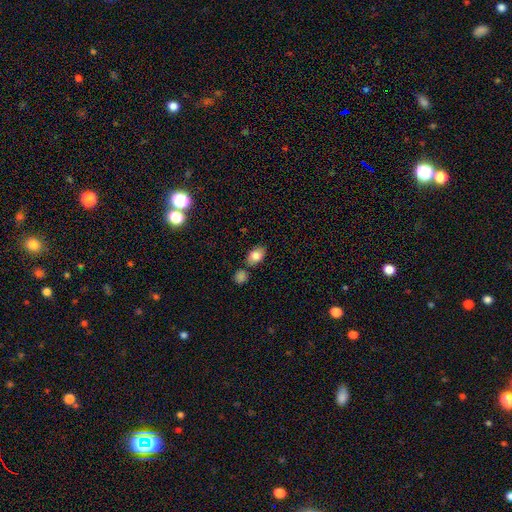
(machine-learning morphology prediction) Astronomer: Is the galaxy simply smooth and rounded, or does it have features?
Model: smooth — 83%.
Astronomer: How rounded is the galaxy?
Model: in between — 88%.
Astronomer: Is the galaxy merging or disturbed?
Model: none — 72%.